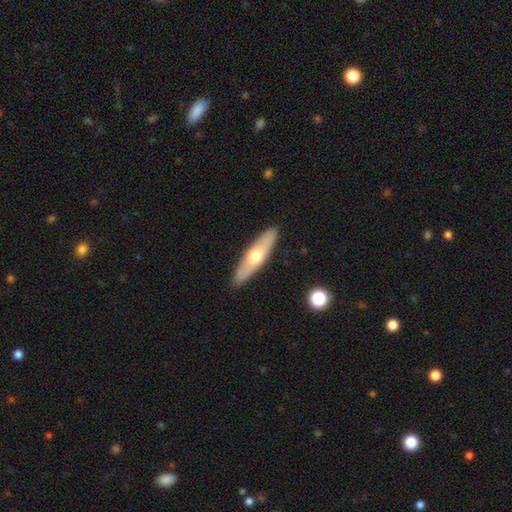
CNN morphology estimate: smooth_or_featured: smooth (p=0.49) [alt: featured or disk p=0.46]
merging: none (p=0.89) [alt: minor disturbance p=0.08]